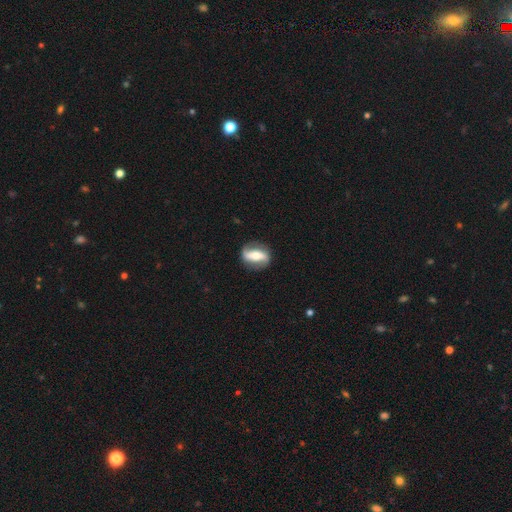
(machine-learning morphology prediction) featured or disk 73%, smooth 21%, star or artifact 6%. Down the decision tree: edge-on disk — no (88%); bar — strong (62%); spiral arms — yes (79%); spiral arm count — 2 (89%); spiral winding — loose (44%); bulge size — moderate (58%); merging — none (83%).